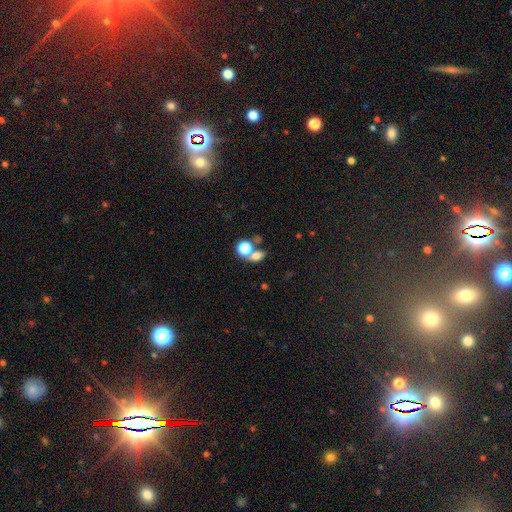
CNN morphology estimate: smooth 70%, star or artifact 17%, featured or disk 13%. Down the decision tree: how rounded — in between (63%); merging — none (45%).